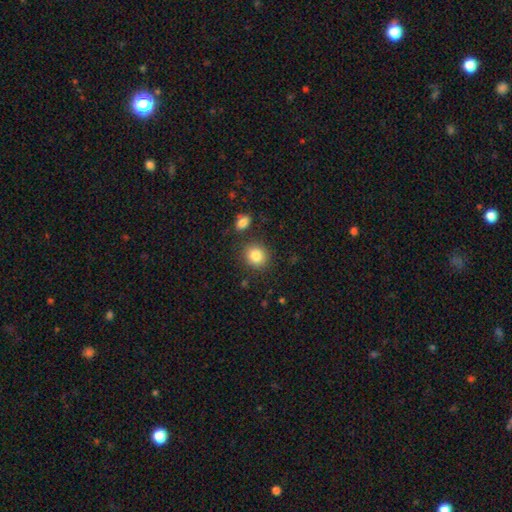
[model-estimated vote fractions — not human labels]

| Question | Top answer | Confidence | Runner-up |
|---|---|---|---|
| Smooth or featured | smooth | 85% | star or artifact (9%) |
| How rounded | round | 80% | in between (19%) |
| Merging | none | 84% | minor disturbance (8%) |